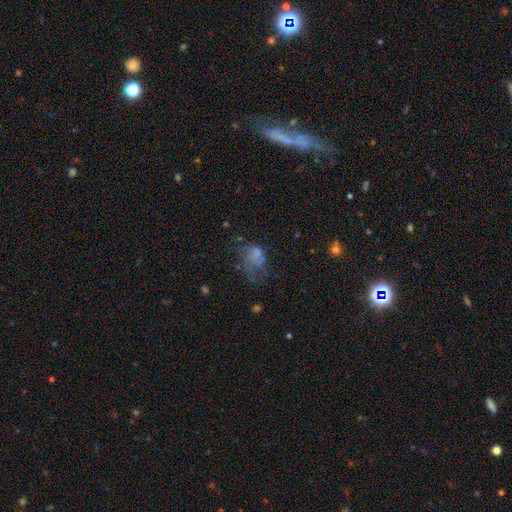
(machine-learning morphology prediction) Smooth or featured? smooth (50%)
Merging? major disturbance (53%)